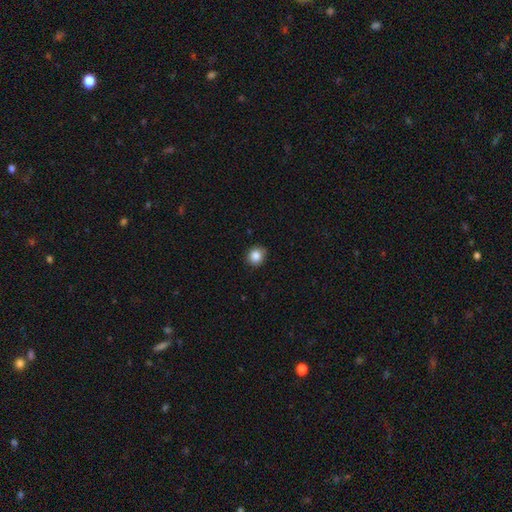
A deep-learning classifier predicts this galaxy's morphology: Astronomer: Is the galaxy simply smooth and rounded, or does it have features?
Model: smooth — 86%.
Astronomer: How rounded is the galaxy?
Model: round — 82%.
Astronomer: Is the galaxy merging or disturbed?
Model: none — 85%.